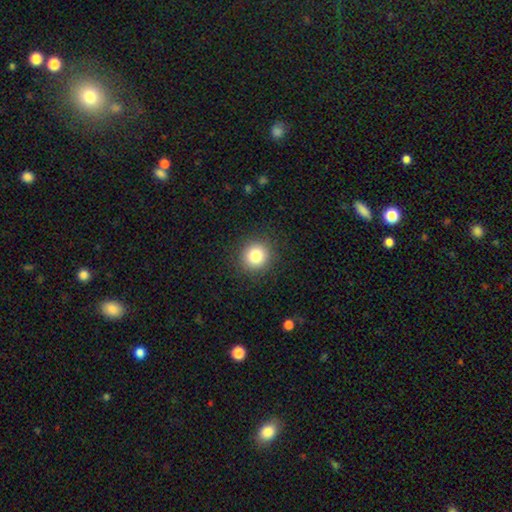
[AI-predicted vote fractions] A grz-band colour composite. It shows a smooth galaxy with no disk features (82%) that is round (93%). Merging: none (91%).